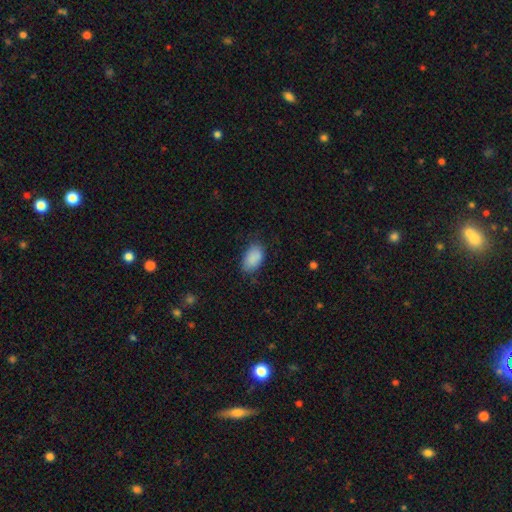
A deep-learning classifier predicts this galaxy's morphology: Overall: smooth (88%). How rounded: in between (92%). Merging: none (73%).